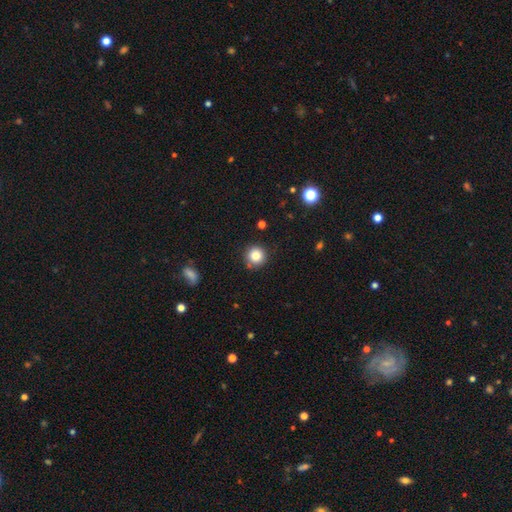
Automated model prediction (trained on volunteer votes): Morphology: type=smooth (82%); roundness=round (94%); merging=none (86%).